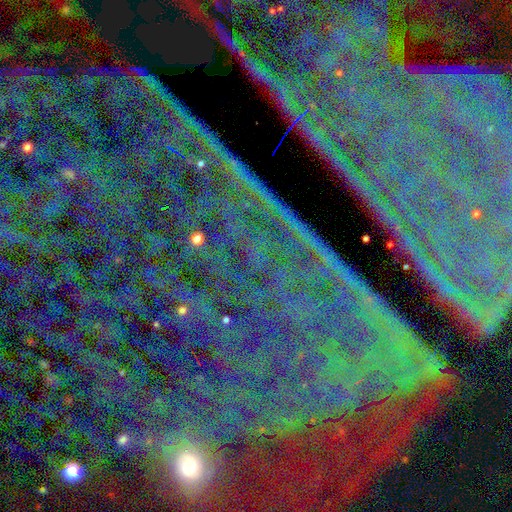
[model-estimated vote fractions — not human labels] Overall: star or artifact (84%).